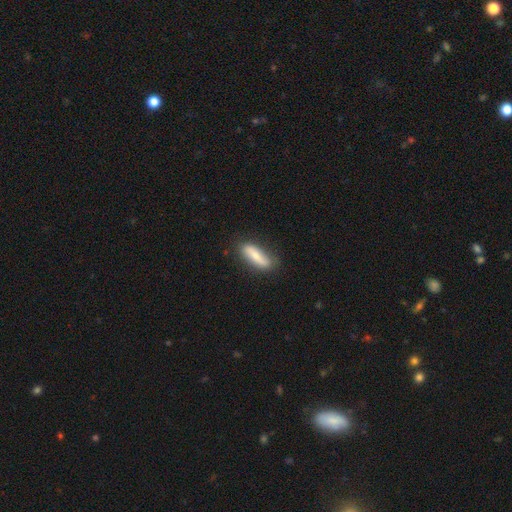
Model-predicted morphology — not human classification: Overall: smooth (62%; featured or disk 32%). How rounded: cigar-shaped (54%; in between 44%). Merging: none (78%).